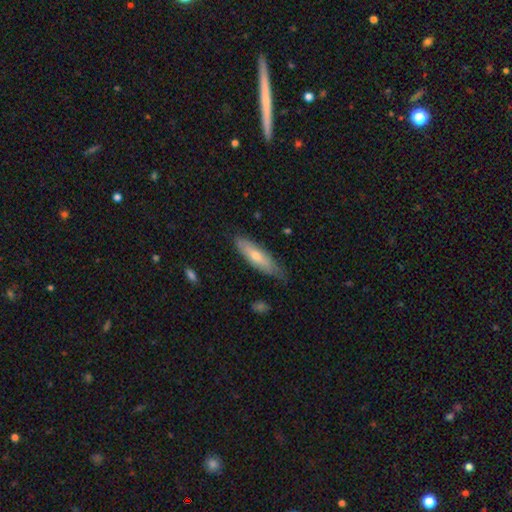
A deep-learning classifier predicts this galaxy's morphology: smooth_or_featured: smooth (p=0.61) [alt: featured or disk p=0.32]
how_rounded: cigar-shaped (p=0.64) [alt: in between p=0.34]
merging: none (p=0.71) [alt: minor disturbance p=0.24]